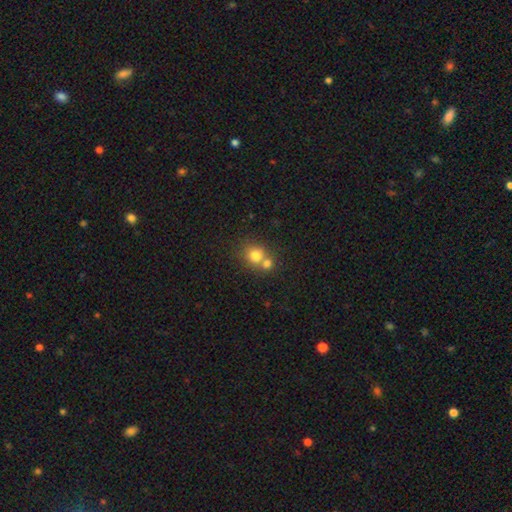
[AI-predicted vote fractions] smooth 77%, star or artifact 12%, featured or disk 11%. Down the decision tree: how rounded — round (83%); merging — merger (50%).